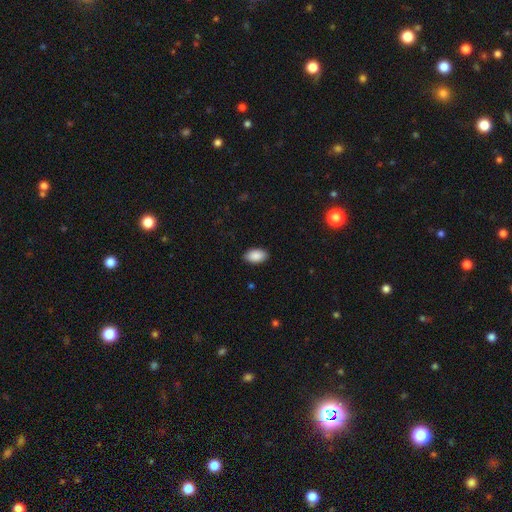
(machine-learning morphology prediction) A smooth galaxy with no disk features (90%) that is in between round and cigar-shaped (95%). Merging: none (89%).